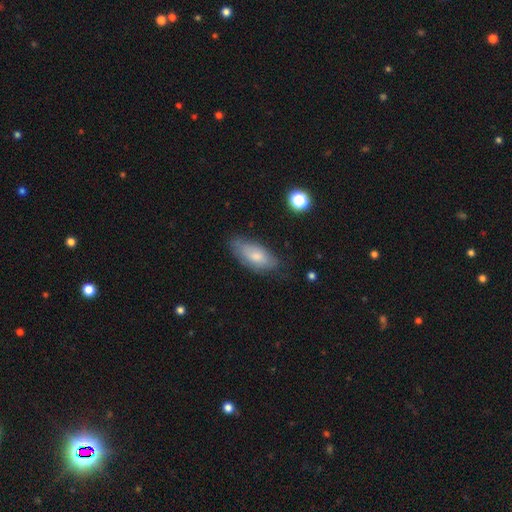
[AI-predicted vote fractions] Smooth or featured? smooth (72%)
How rounded? in between (86%)
Merging? none (67%)